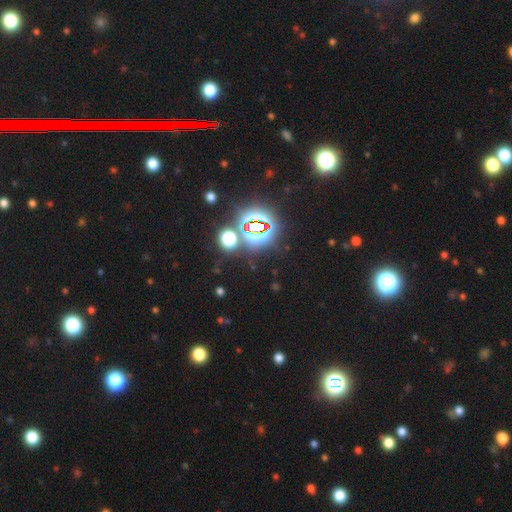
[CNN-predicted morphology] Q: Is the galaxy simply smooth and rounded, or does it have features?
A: star or artifact — 78%.